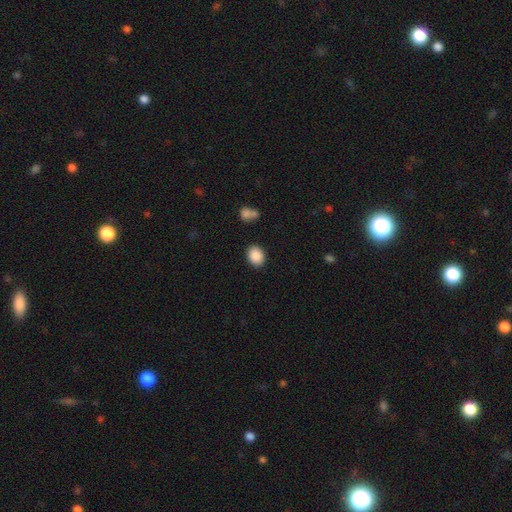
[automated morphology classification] Smooth or featured?
  - smooth: 89% *
  - star or artifact: 8%
  - featured or disk: 4%
How rounded?
  - in between: 57% *
  - round: 42%
  - cigar-shaped: 1%
Merging?
  - none: 86% *
  - minor disturbance: 8%
  - major disturbance: 3%
  - merger: 3%